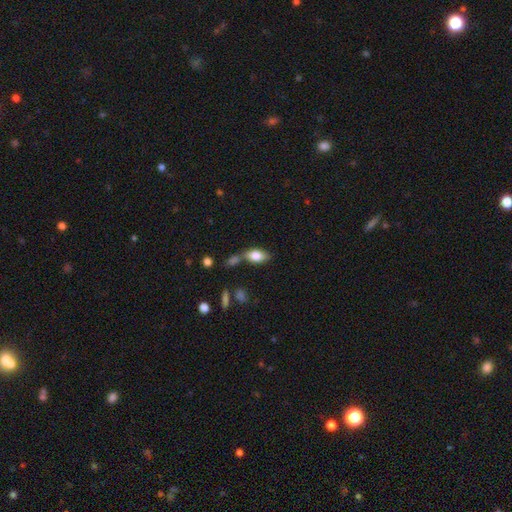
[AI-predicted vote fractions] The model was most divided on "merging": none: 54%, merger: 23%, minor disturbance: 17%, major disturbance: 6%. More confident: how rounded — in between (88%); smooth or featured — smooth (76%).